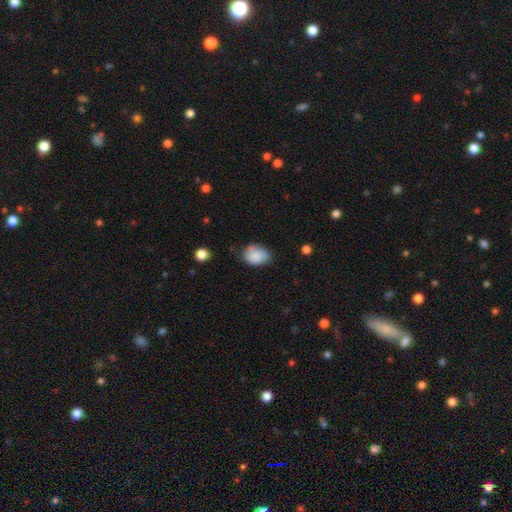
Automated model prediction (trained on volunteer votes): A smooth galaxy with no disk features (83%) that is in between round and cigar-shaped (66%).

Vote fractions:
- Smooth or featured? smooth: 83% / featured or disk: 10% / star or artifact: 8%
- How rounded? in between: 66% / round: 33% / cigar-shaped: 1%
- Merging? none: 55% / minor disturbance: 34% / major disturbance: 8% / merger: 3%